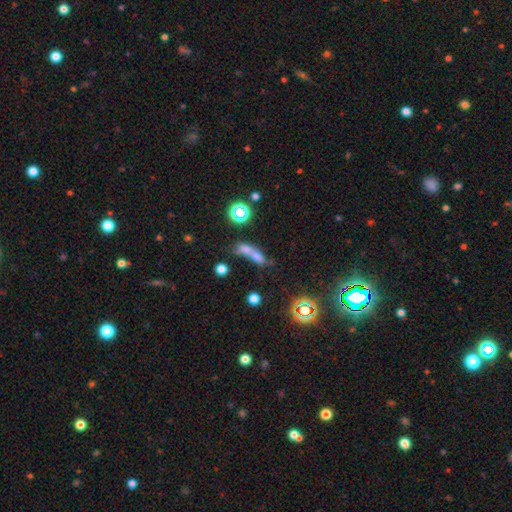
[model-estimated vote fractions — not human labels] A smooth galaxy with no disk features (57%) that is in between round and cigar-shaped (46%). Merging: merger (59%).